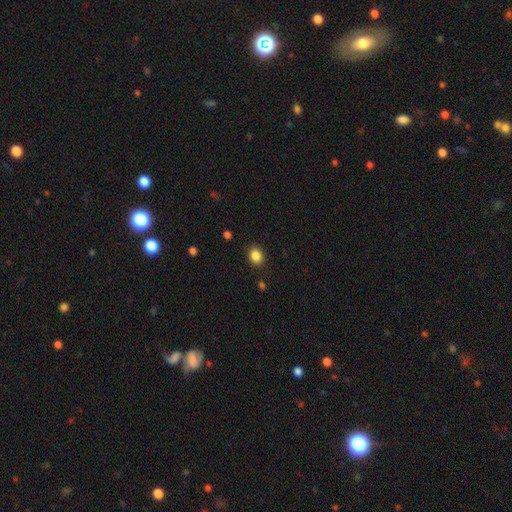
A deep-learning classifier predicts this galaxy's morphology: A smooth galaxy with no disk features (86%) that is round (61%). Merging: none (89%).